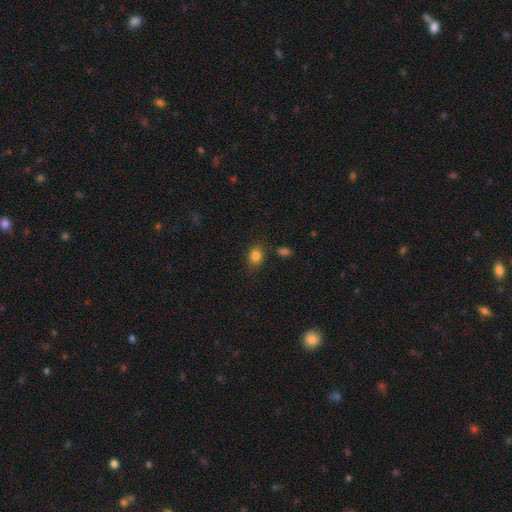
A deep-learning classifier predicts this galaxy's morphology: This is clearly a smooth galaxy (84%). How rounded: possibly in between (58%). Merging: likely none (80%).